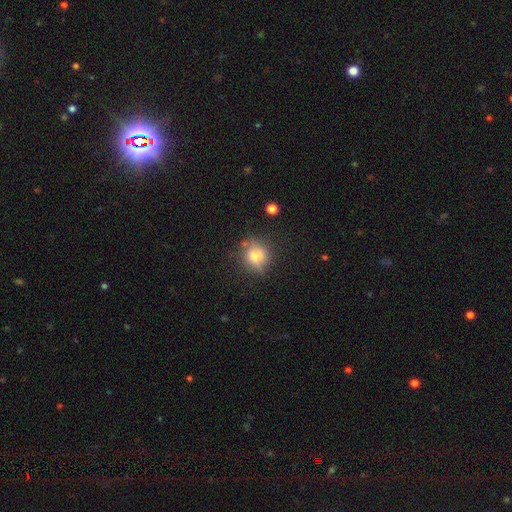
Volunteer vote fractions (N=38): A smooth galaxy with no disk features (82%) that is round (87%).

Vote fractions:
- Smooth or featured? smooth: 82% / featured or disk: 11% / star or artifact: 8%
- How rounded? round: 87% / in between: 10% / cigar-shaped: 3%
- Merging? none: 63% / minor disturbance: 31% / major disturbance: 3% / merger: 3%